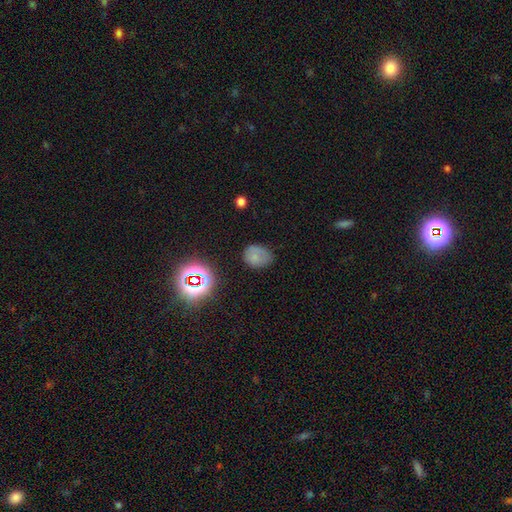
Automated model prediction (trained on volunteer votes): Smooth or featured? smooth (68%)
How rounded? in between (55%)
Merging? none (65%)